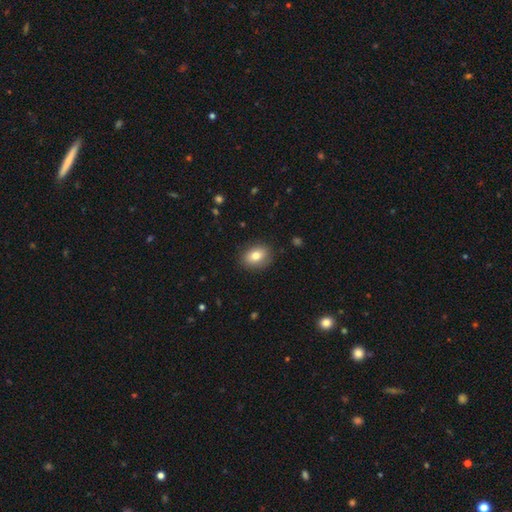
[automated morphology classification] The model was most divided on "how rounded": in between: 67%, round: 32%, cigar-shaped: 1%. More confident: merging — none (86%); smooth or featured — smooth (79%).